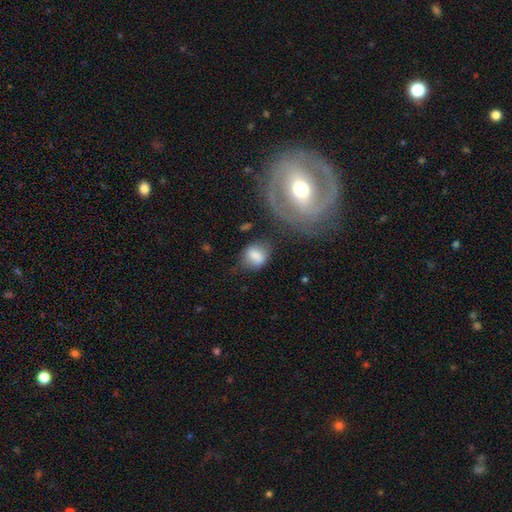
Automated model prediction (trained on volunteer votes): Smooth or featured?
  - smooth: 74% *
  - featured or disk: 17%
  - star or artifact: 8%
How rounded?
  - in between: 56% *
  - round: 42%
  - cigar-shaped: 2%
Merging?
  - none: 56% *
  - minor disturbance: 24%
  - major disturbance: 11%
  - merger: 8%